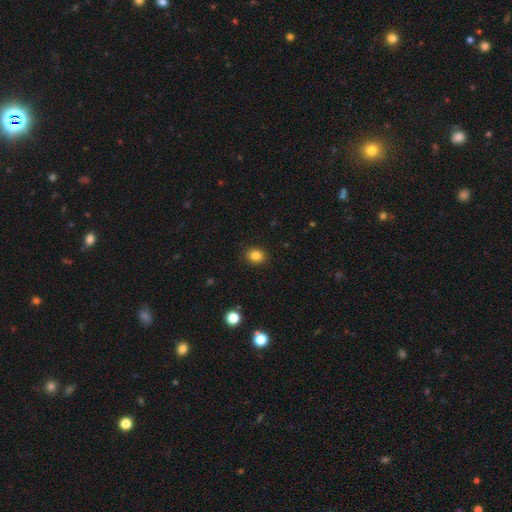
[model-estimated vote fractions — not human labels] smooth-or-featured: smooth: 84% | star or artifact: 11% | featured or disk: 5%
  how-rounded: round: 64% | in between: 35% | cigar-shaped: 1%
  merging: none: 90% | minor disturbance: 7% | major disturbance: 2% | merger: 1%